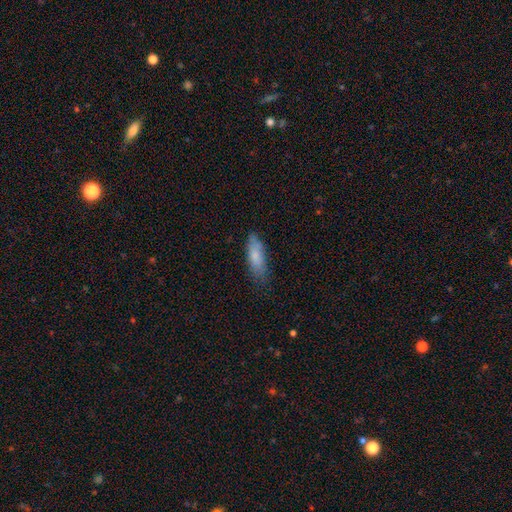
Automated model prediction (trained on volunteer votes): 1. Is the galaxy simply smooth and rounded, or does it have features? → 79% smooth, 15% featured or disk, 6% star or artifact.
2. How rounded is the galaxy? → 58% in between, 41% cigar-shaped, 2% round.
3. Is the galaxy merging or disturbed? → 71% none, 23% minor disturbance, 5% major disturbance, 2% merger.